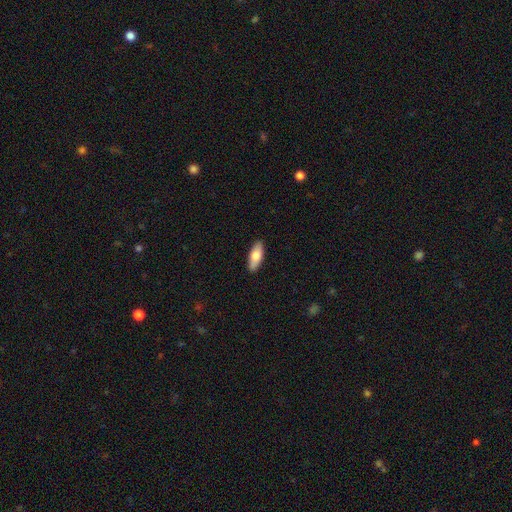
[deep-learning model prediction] This is likely a smooth galaxy (72%). How rounded: likely in between (69%). Merging: clearly none (89%).